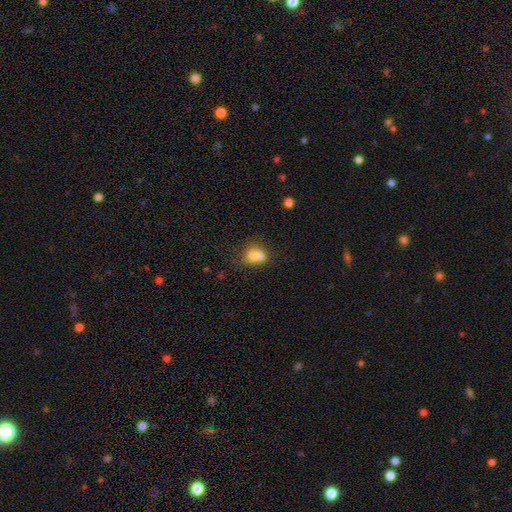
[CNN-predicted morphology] Smooth or featured? smooth (71%)
How rounded? in between (52%)
Merging? merger (58%)